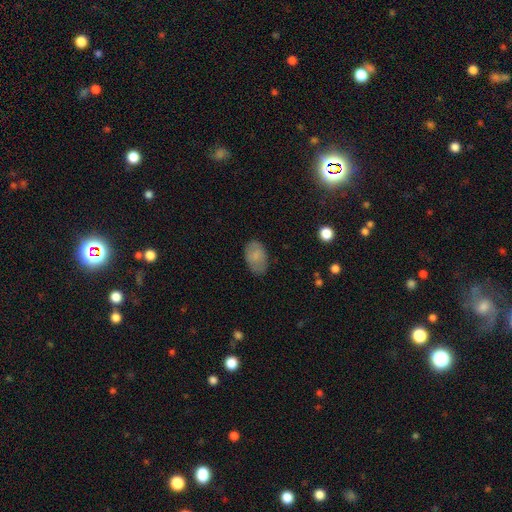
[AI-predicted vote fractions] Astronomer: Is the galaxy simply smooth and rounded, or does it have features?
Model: smooth — 77%.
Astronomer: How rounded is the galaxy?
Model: in between — 90%.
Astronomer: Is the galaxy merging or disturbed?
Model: none — 77%.